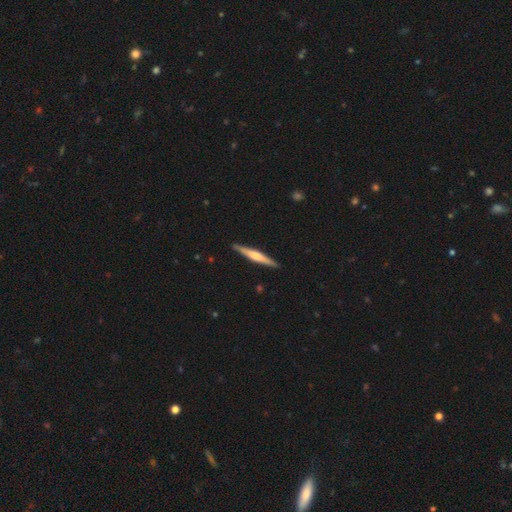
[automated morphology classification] Smooth or featured? Predicted: featured or disk (p=0.61). Edge-on disk? Predicted: yes (p=0.98). Edge-on bulge? Predicted: rounded (p=0.64). Merging? Predicted: none (p=0.91).